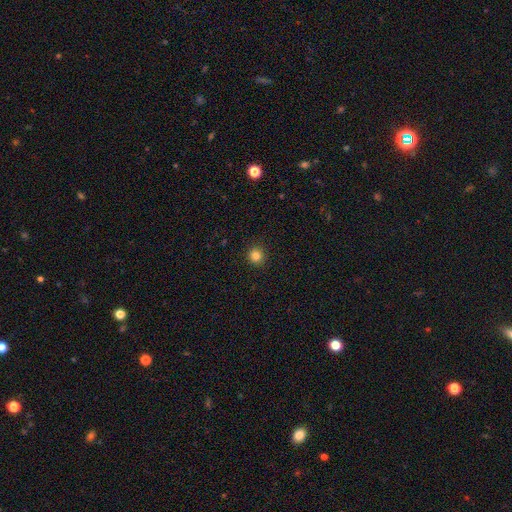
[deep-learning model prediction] smooth-or-featured: smooth: 82% | star or artifact: 13% | featured or disk: 5%
  how-rounded: round: 95% | in between: 5% | cigar-shaped: 1%
  merging: none: 93% | minor disturbance: 5% | major disturbance: 2% | merger: 1%